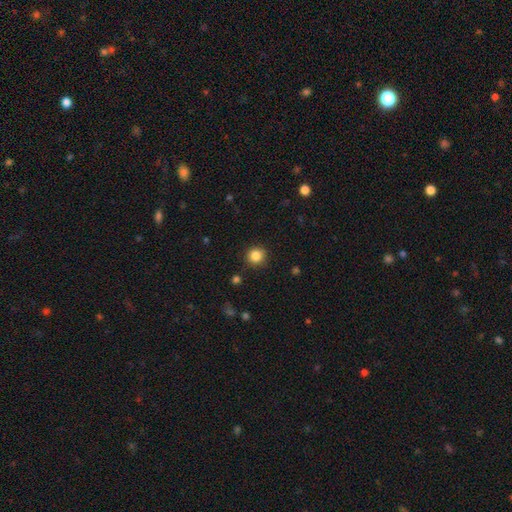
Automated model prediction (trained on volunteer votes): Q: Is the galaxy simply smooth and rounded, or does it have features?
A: smooth — 85%.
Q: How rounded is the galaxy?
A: round — 93%.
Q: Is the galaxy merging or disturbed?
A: none — 90%.